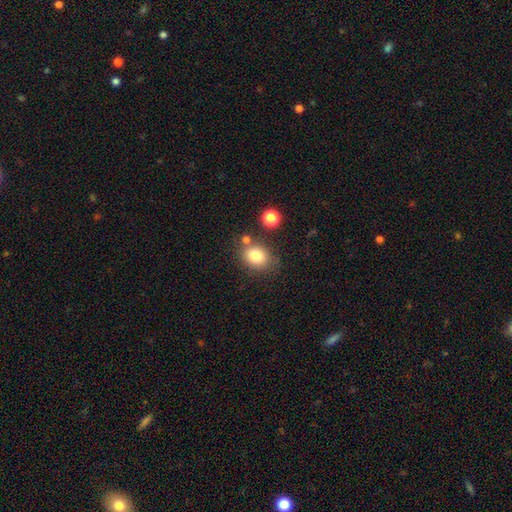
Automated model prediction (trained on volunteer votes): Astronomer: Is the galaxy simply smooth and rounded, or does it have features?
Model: smooth — 80%.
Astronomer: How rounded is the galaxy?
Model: in between — 57% (runner-up: round, 42%).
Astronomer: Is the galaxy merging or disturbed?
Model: none — 68%.